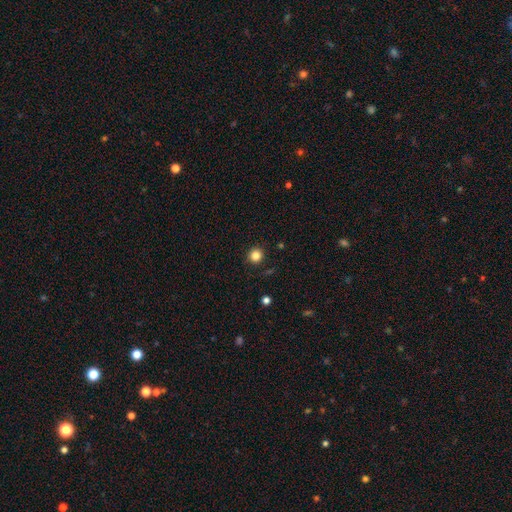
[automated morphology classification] Q: Smooth or featured?
A: smooth (84%); runner-up: star or artifact (12%)
Q: How rounded?
A: round (92%); runner-up: in between (7%)
Q: Merging?
A: none (91%); runner-up: minor disturbance (6%)